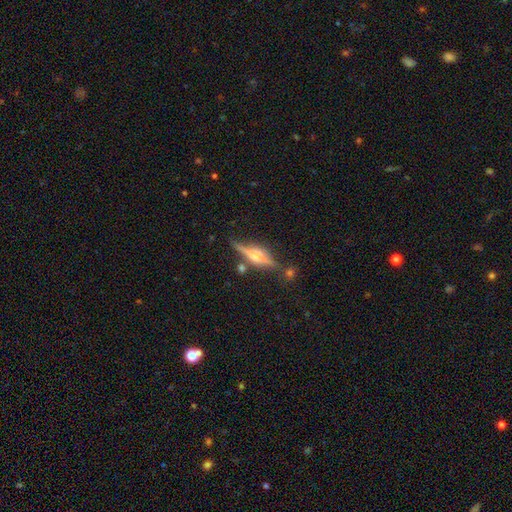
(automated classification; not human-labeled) smooth_or_featured: featured or disk (p=0.74) [alt: smooth p=0.17]
disk_edge_on: yes (p=0.95) [alt: no p=0.05]
edge_on_bulge: rounded (p=0.86) [alt: boxy p=0.11]
merging: none (p=0.75) [alt: minor disturbance p=0.14]